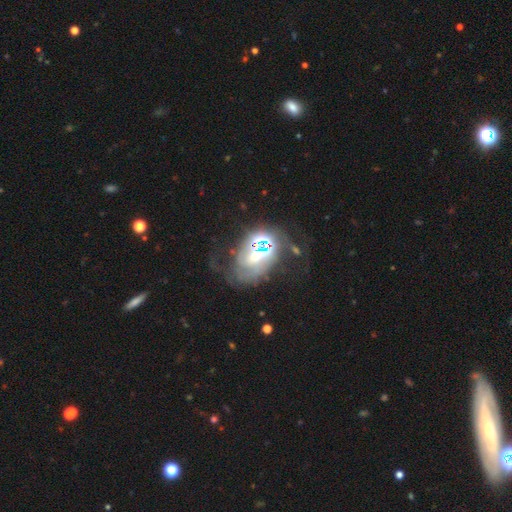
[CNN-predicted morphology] A featured or disk galaxy (63%) with no bar (55%), spiral arms (72%) and a small central bulge (42%). Merging: none (36%).